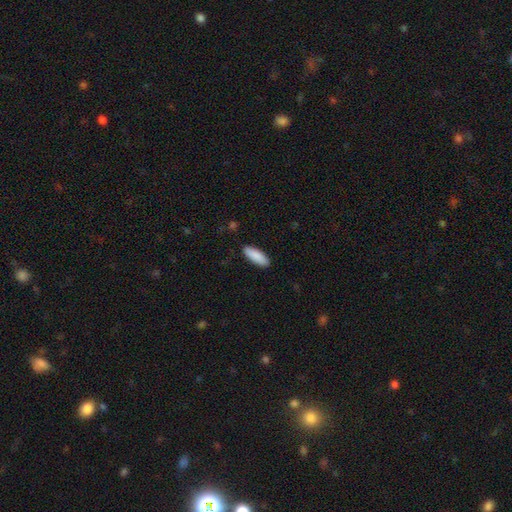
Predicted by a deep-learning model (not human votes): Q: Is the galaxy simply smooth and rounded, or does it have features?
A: smooth — 90%.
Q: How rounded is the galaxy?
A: in between — 63%.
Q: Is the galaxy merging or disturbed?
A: none — 90%.